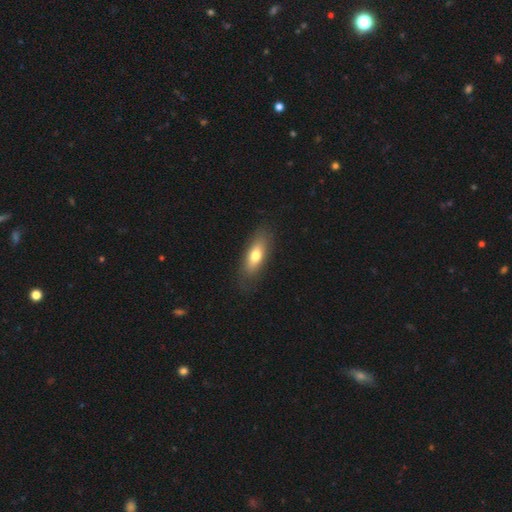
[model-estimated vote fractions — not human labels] Morphology: type=smooth (69%); roundness=in between (69%); merging=none (82%).